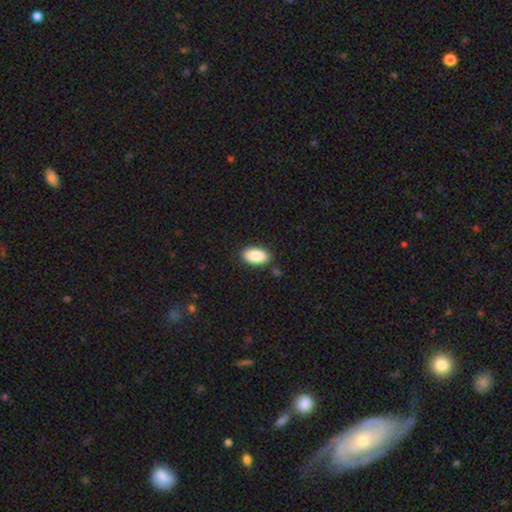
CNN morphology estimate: Q: Smooth or featured?
A: smooth (88%); runner-up: star or artifact (6%)
Q: How rounded?
A: in between (94%); runner-up: round (3%)
Q: Merging?
A: none (87%); runner-up: minor disturbance (9%)